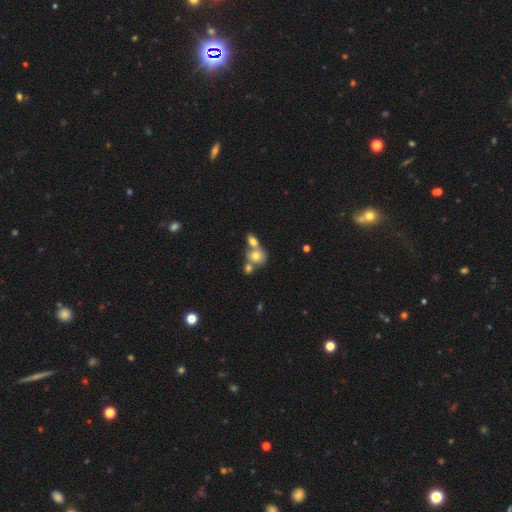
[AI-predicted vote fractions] Morphology: type=smooth (69%); roundness=round (64%); merging=merger (56%).